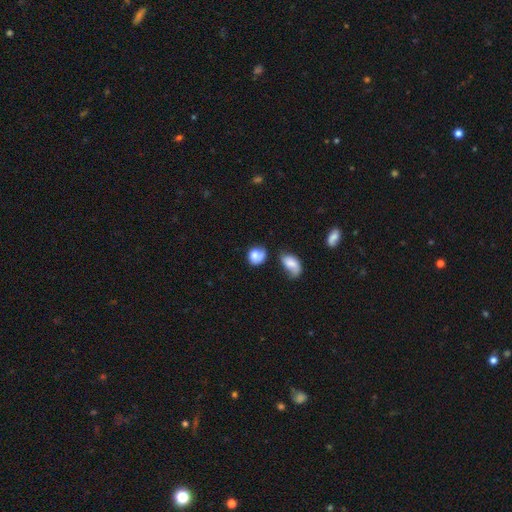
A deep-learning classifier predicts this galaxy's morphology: Overall: smooth (77%). How rounded: round (59%; in between 40%). Merging: none (34%; minor disturbance 26%).